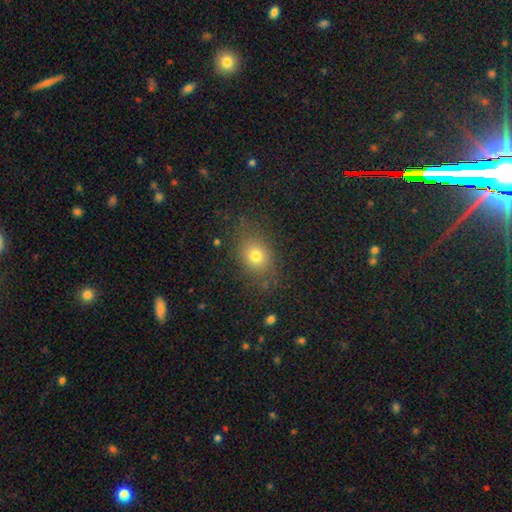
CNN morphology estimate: Smooth or featured? smooth (75%)
How rounded? in between (54%)
Merging? none (79%)